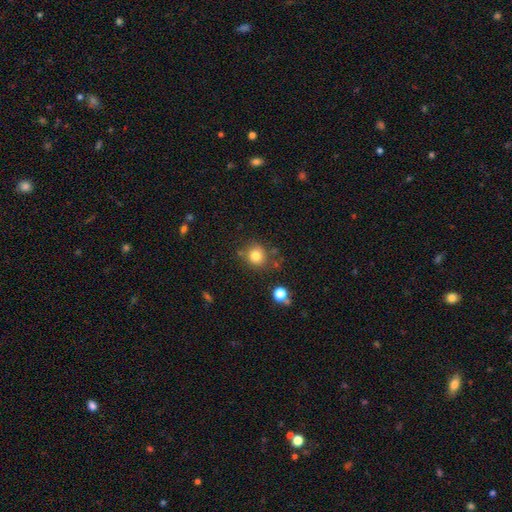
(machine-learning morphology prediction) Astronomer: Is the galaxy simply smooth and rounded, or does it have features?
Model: smooth — 80%.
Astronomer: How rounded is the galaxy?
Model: round — 86%.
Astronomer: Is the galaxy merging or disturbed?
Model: none — 76%.